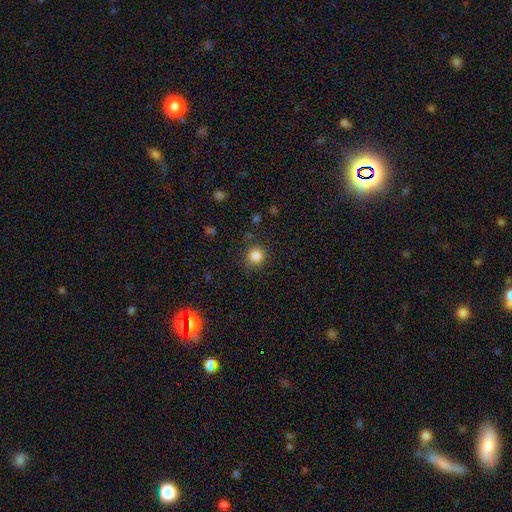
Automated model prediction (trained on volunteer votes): Smooth or featured: smooth — 84% (star or artifact — 12%)
How rounded: round — 90% (in between — 9%)
Merging: none — 84% (minor disturbance — 11%)